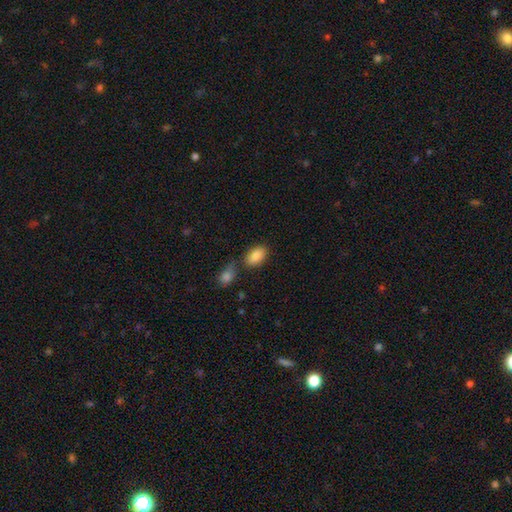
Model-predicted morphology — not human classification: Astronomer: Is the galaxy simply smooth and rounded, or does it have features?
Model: smooth — 87%.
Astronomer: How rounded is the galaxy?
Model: in between — 93%.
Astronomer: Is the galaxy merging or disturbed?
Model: none — 67%.